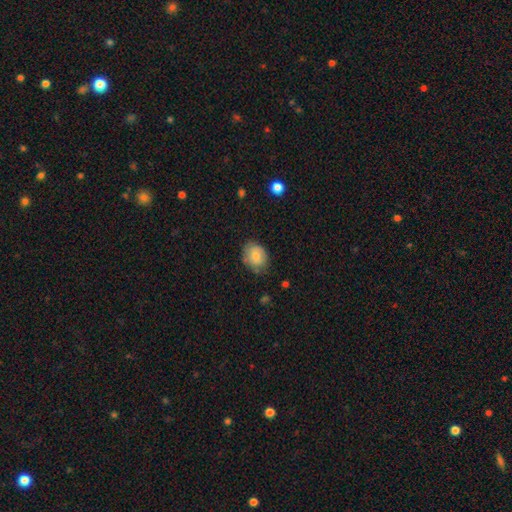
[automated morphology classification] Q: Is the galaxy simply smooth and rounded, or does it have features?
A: smooth — 76%.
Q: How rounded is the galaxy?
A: in between — 55%.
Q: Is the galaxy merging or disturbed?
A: none — 71%.